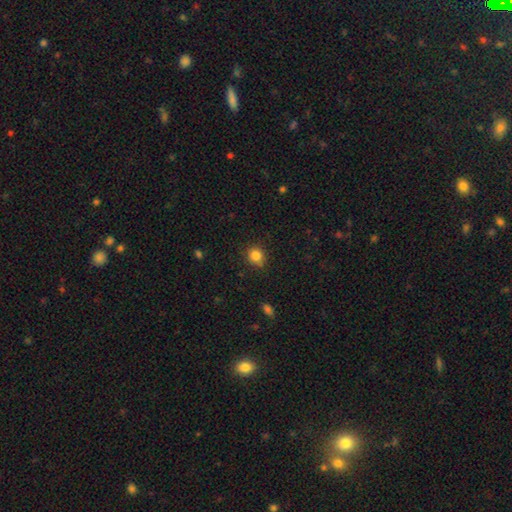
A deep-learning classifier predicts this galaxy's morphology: A smooth galaxy with no disk features (84%) that is round (83%). Merging: none (84%).